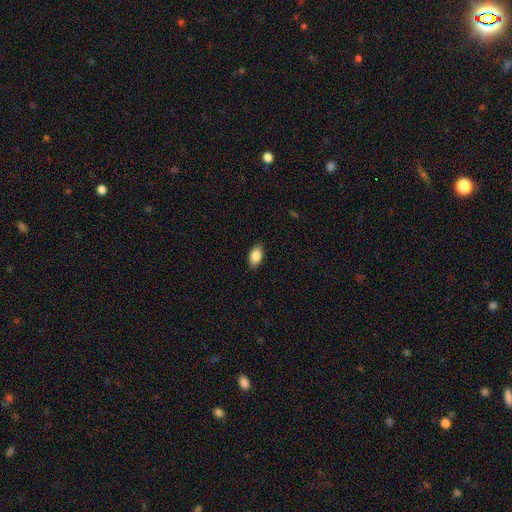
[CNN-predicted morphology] This appears to be a smooth galaxy with no disk features (88%) that is in between round and cigar-shaped (92%). Merging: none (87%).